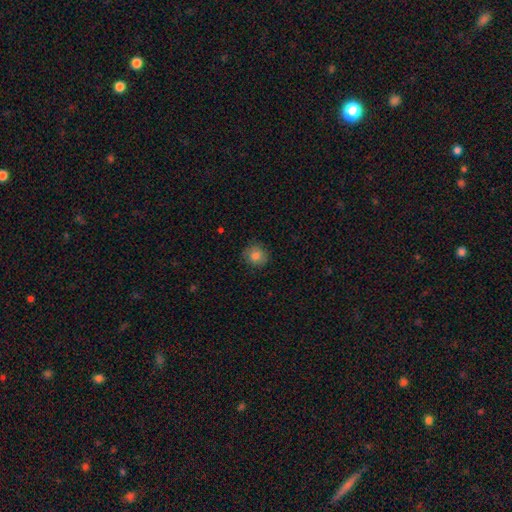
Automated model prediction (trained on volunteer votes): Smooth or featured? Predicted: smooth (p=0.82). How rounded? Predicted: round (p=0.85). Merging? Predicted: none (p=0.84).